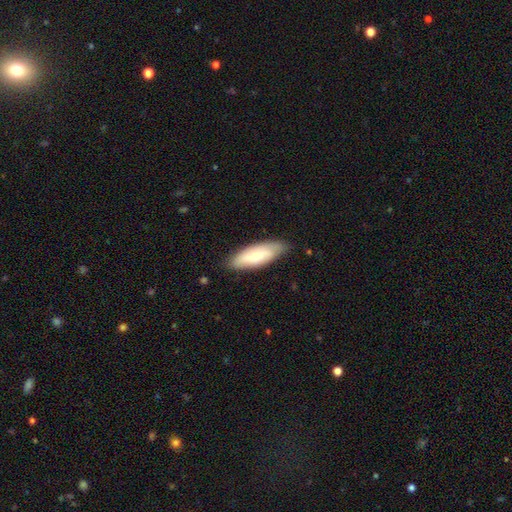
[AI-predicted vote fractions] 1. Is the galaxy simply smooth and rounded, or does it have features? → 63% smooth, 31% featured or disk, 5% star or artifact.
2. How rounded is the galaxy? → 66% in between, 32% cigar-shaped, 2% round.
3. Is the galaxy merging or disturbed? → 80% none, 16% minor disturbance, 3% major disturbance, 1% merger.